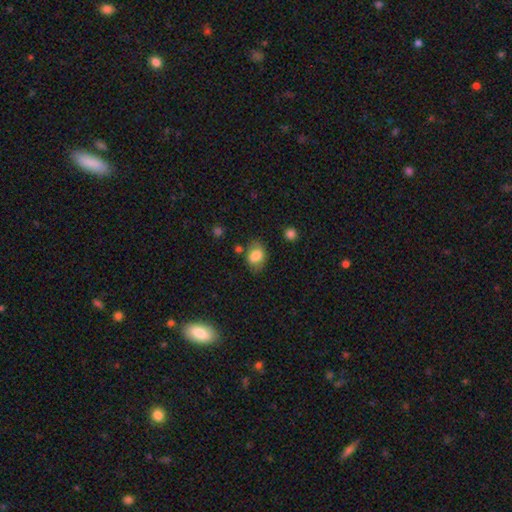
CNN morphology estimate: Smooth or featured?
  - smooth: 80% *
  - featured or disk: 12%
  - star or artifact: 8%
How rounded?
  - in between: 72% *
  - round: 27%
  - cigar-shaped: 1%
Merging?
  - none: 68% *
  - minor disturbance: 21%
  - major disturbance: 7%
  - merger: 4%